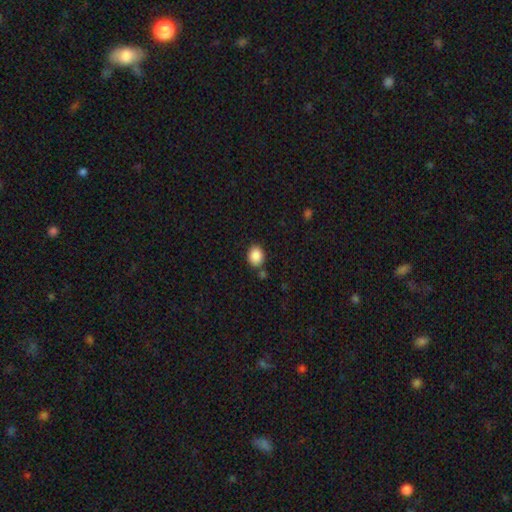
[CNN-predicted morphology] Smooth or featured? Predicted: smooth (p=0.88). How rounded? Predicted: round (p=0.50). Merging? Predicted: none (p=0.79).